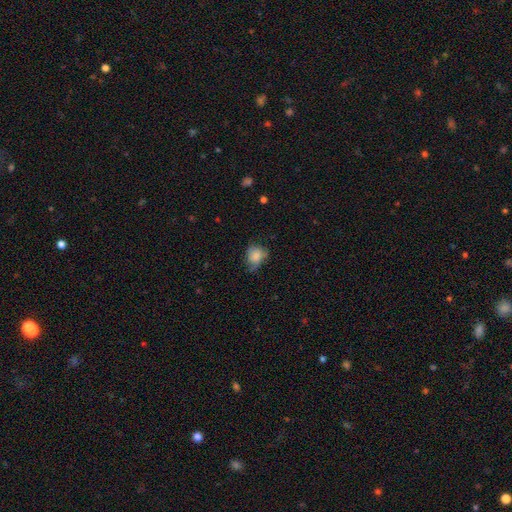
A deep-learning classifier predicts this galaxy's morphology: Smooth or featured? Predicted: smooth (p=0.75). How rounded? Predicted: round (p=0.53). Merging? Predicted: none (p=0.41).